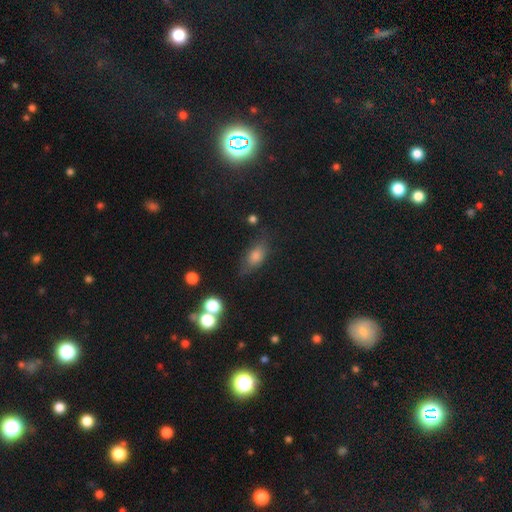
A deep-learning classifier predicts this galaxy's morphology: Smooth or featured? Predicted: smooth (p=0.70). How rounded? Predicted: in between (p=0.79). Merging? Predicted: none (p=0.68).